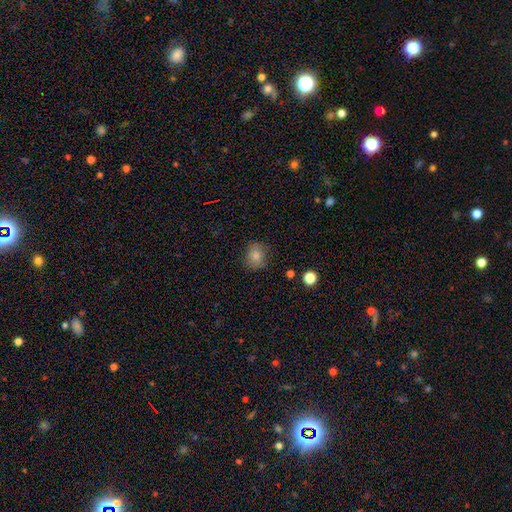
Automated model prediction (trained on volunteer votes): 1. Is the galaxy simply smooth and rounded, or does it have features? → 81% smooth, 11% star or artifact, 9% featured or disk.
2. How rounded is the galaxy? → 64% round, 35% in between, 1% cigar-shaped.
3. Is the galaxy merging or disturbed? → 80% none, 15% minor disturbance, 4% major disturbance, 1% merger.